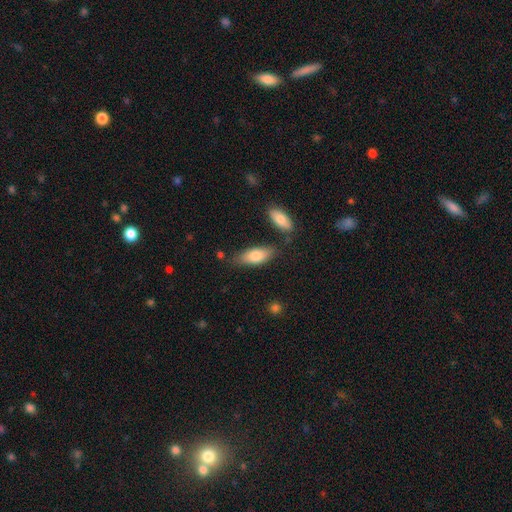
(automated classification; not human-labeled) Smooth or featured?
  - smooth: 78% *
  - featured or disk: 16%
  - star or artifact: 6%
How rounded?
  - in between: 76% *
  - cigar-shaped: 22%
  - round: 3%
Merging?
  - none: 70% *
  - minor disturbance: 18%
  - merger: 8%
  - major disturbance: 4%